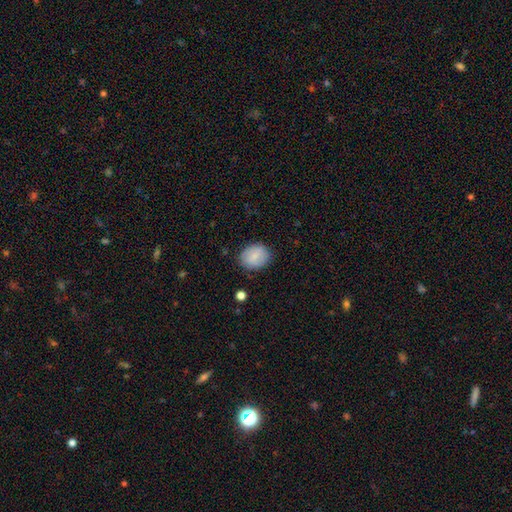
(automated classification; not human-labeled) This appears to be a smooth galaxy with no disk features (74%) that is in between round and cigar-shaped (55%). Merging: none (81%).